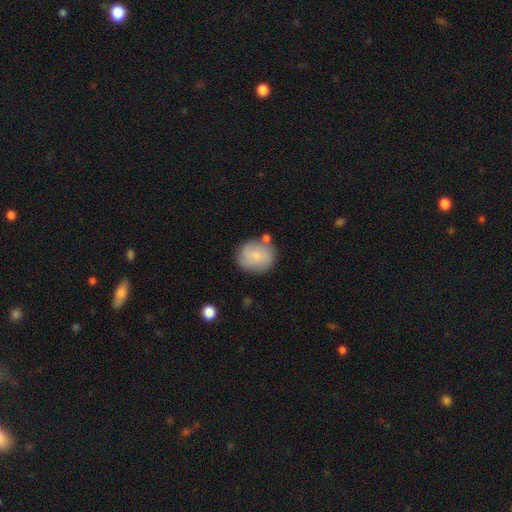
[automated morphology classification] Smooth or featured?
  - smooth: 69% *
  - featured or disk: 24%
  - star or artifact: 7%
How rounded?
  - round: 78% *
  - in between: 21%
  - cigar-shaped: 1%
Merging?
  - none: 71% *
  - minor disturbance: 16%
  - merger: 8%
  - major disturbance: 4%